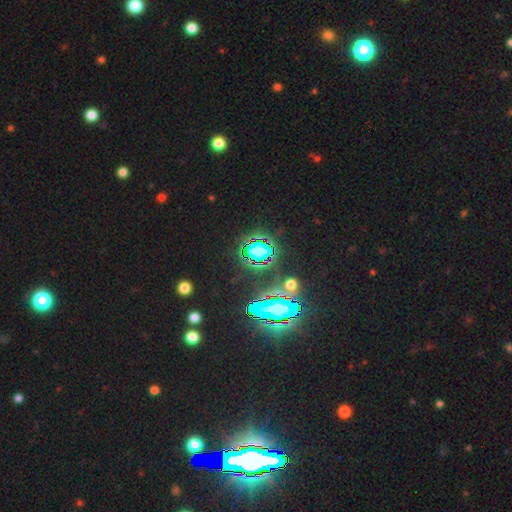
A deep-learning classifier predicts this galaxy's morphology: Smooth or featured: star or artifact — 84% (smooth — 9%)